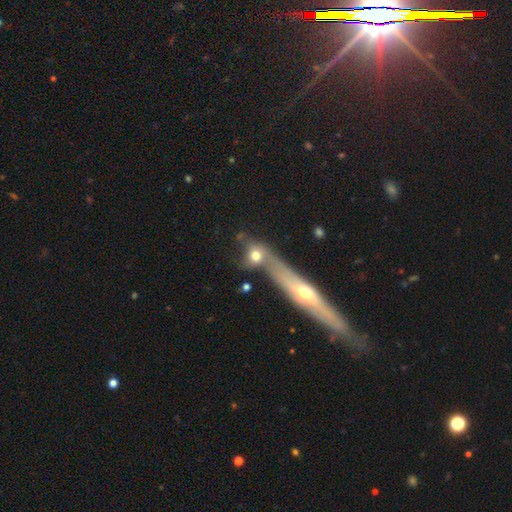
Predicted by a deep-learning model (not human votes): Smooth or featured: smooth — 64% (featured or disk — 25%)
How rounded: round — 54% (in between — 35%)
Merging: merger — 46% (none — 31%)